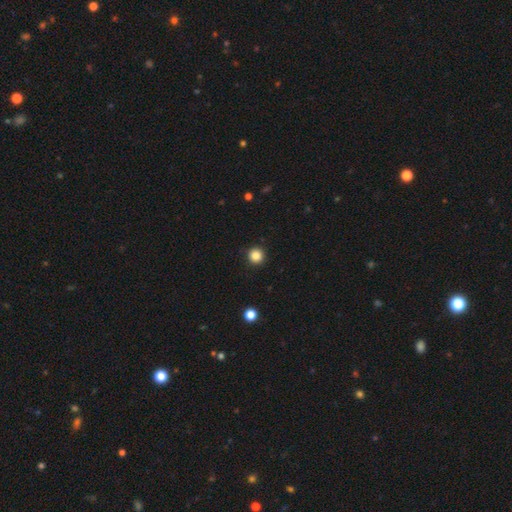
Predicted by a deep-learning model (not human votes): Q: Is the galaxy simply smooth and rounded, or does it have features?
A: smooth — 85%.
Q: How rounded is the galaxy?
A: round — 95%.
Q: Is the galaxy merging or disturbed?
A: none — 92%.